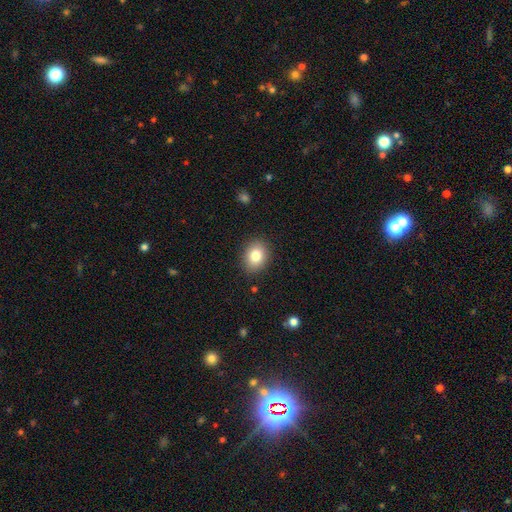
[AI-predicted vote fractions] Morphology: type=smooth (82%); roundness=in between (54%); merging=none (88%).